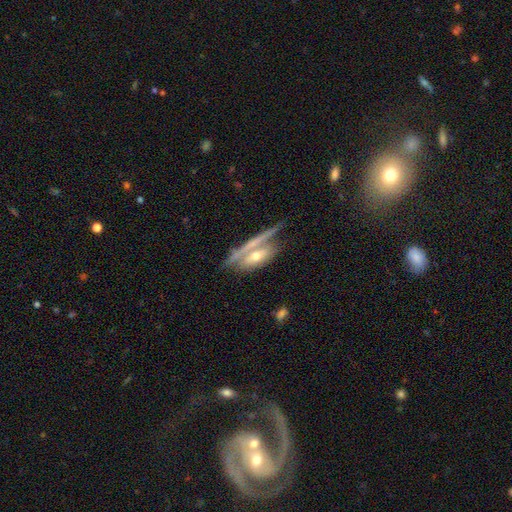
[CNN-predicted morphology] Overall: featured or disk (58%; smooth 36%). Edge-on disk: yes (52%; no 48%). Merging: none (39%; merger 35%).